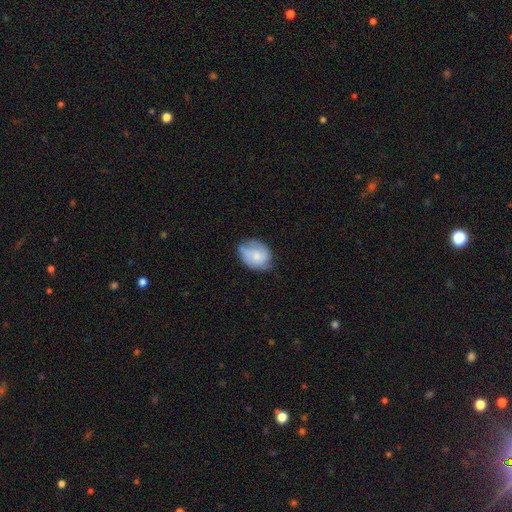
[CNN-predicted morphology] A smooth galaxy with no disk features (62%) that is in between round and cigar-shaped (52%). Merging: none (55%).